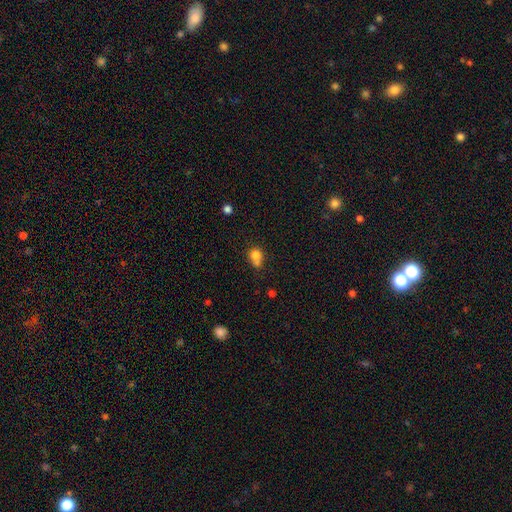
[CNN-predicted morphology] Q: Smooth or featured?
A: smooth (78%); runner-up: star or artifact (12%)
Q: How rounded?
A: round (73%); runner-up: in between (26%)
Q: Merging?
A: merger (41%); runner-up: none (39%)